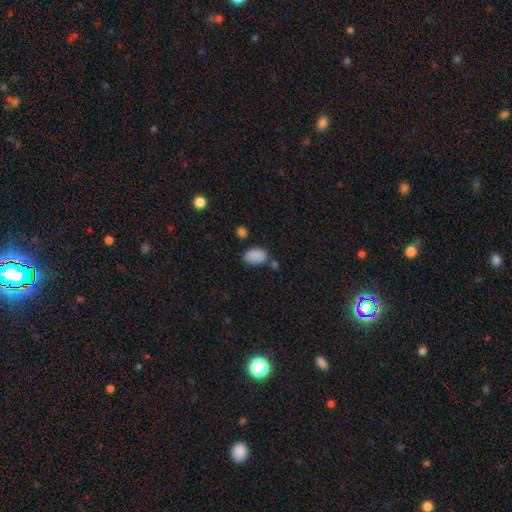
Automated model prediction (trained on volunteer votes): A smooth galaxy with no disk features (87%) that is in between round and cigar-shaped (88%). Merging: none (64%).